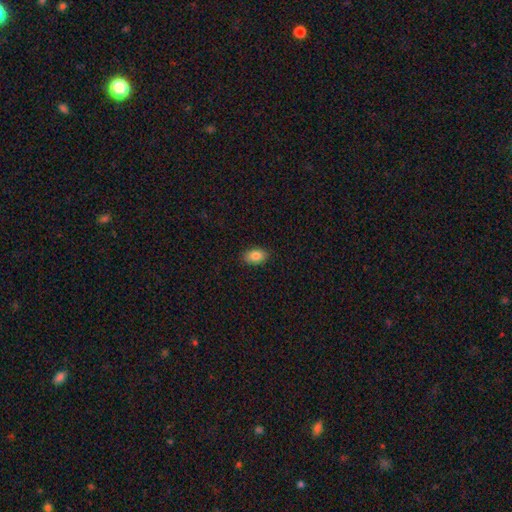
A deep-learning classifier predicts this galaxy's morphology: Smooth or featured? Predicted: smooth (p=0.84). How rounded? Predicted: in between (p=0.89). Merging? Predicted: none (p=0.88).